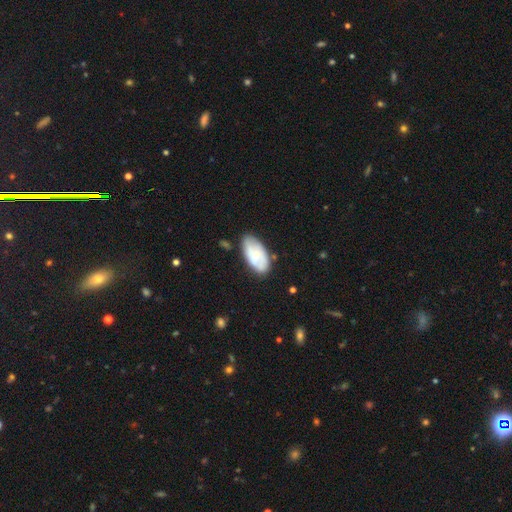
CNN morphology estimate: smooth_or_featured: smooth (p=0.63) [alt: featured or disk p=0.31]
how_rounded: in between (p=0.94) [alt: cigar-shaped p=0.03]
merging: none (p=0.70) [alt: minor disturbance p=0.22]